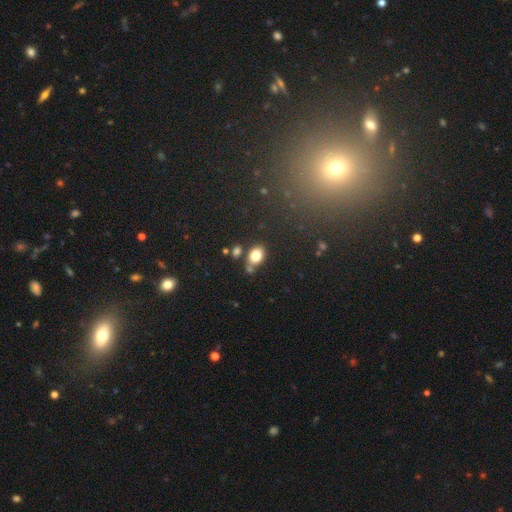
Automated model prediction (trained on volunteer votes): This is clearly a smooth galaxy (82%). How rounded: likely in between (76%). Merging: likely none (67%).